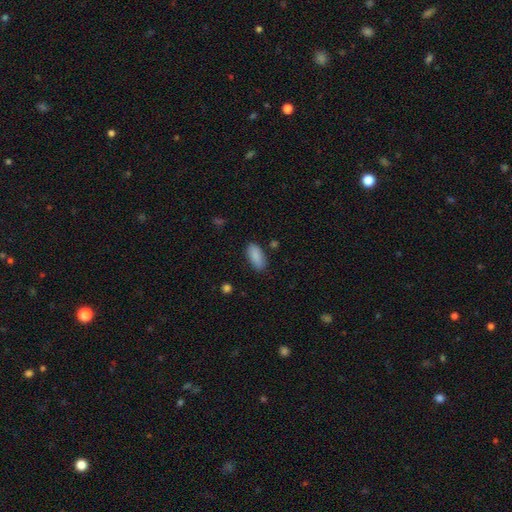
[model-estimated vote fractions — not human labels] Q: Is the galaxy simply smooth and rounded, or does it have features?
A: smooth — 89%.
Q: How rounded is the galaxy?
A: in between — 88%.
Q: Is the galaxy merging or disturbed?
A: none — 83%.